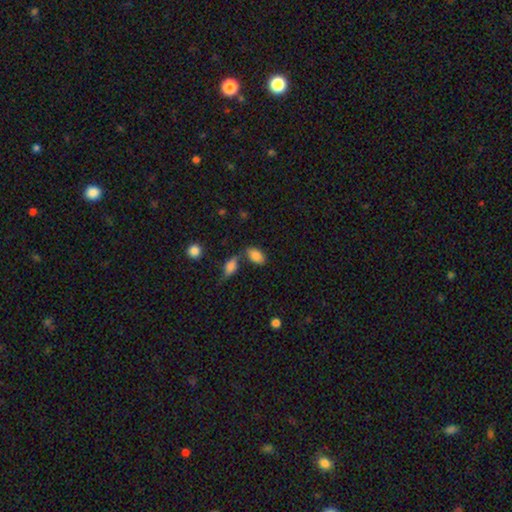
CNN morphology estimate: smooth_or_featured: smooth (p=0.84) [alt: featured or disk p=0.08]
how_rounded: in between (p=0.92) [alt: round p=0.06]
merging: none (p=0.61) [alt: merger p=0.19]